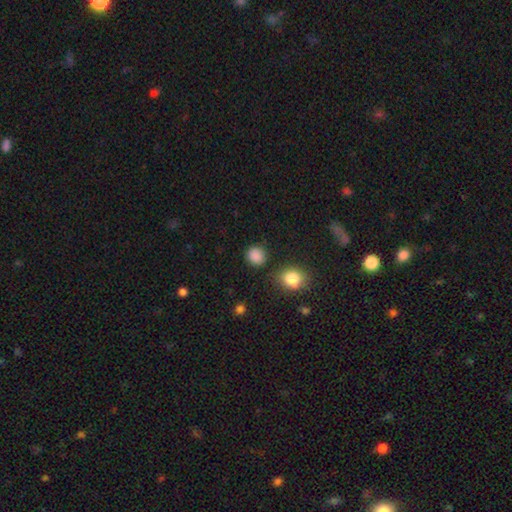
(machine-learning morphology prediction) Smooth or featured?
  - smooth: 86% *
  - star or artifact: 11%
  - featured or disk: 3%
How rounded?
  - round: 84% *
  - in between: 15%
  - cigar-shaped: 1%
Merging?
  - none: 84% *
  - minor disturbance: 10%
  - major disturbance: 3%
  - merger: 3%